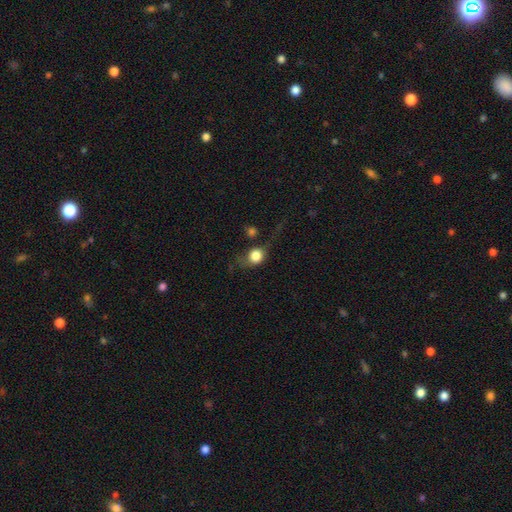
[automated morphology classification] Smooth or featured? smooth (77%)
How rounded? round (73%)
Merging? none (41%)